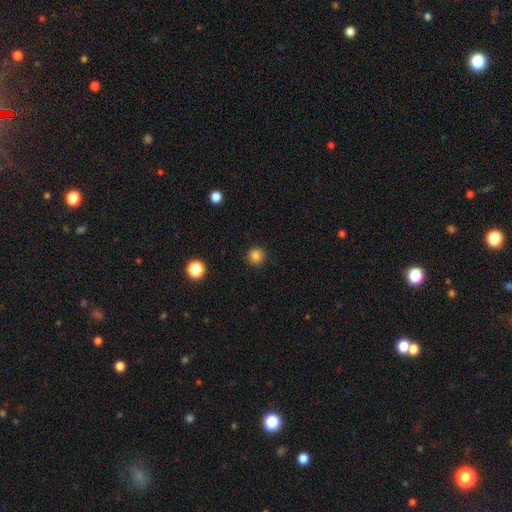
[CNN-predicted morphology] type=smooth (84%); roundness=round (92%); merging=none (90%).